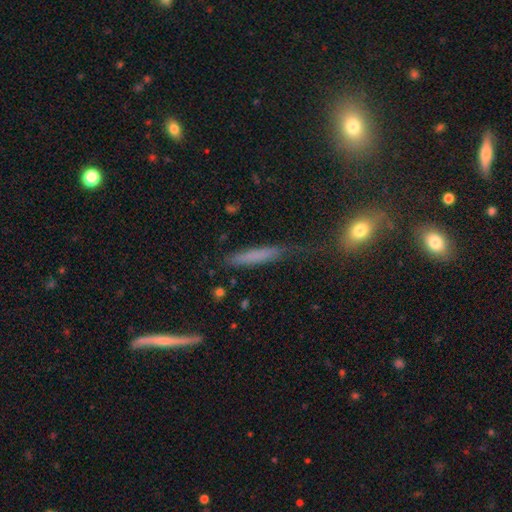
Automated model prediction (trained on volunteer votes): This appears to be a smooth galaxy with no disk features (67%) that is cigar-shaped (91%). Merging: none (65%).